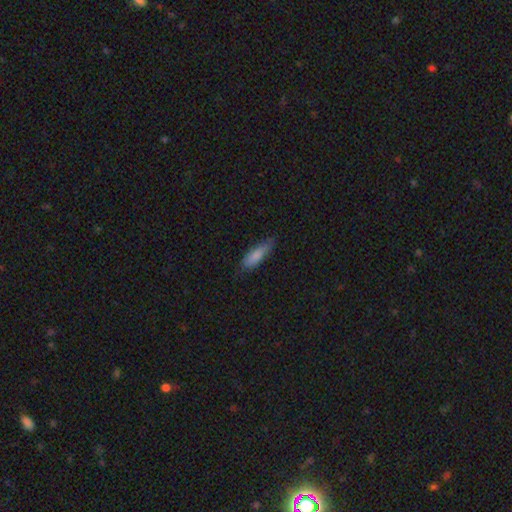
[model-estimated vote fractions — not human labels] smooth 82%, featured or disk 12%, star or artifact 6%. Down the decision tree: how rounded — in between (49%, tied with cigar-shaped); merging — none (71%).